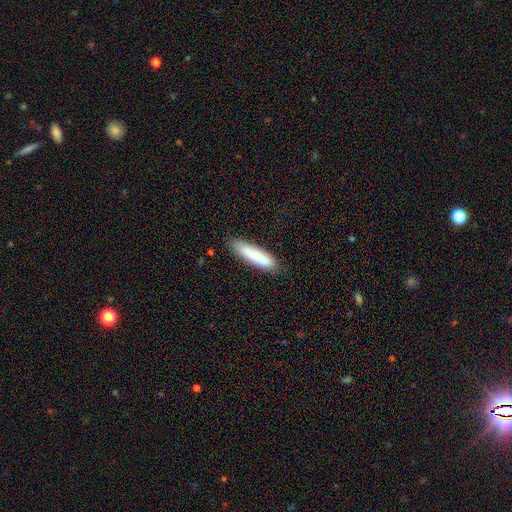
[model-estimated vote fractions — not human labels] Smooth or featured? Predicted: smooth (p=0.80). How rounded? Predicted: cigar-shaped (p=0.73). Merging? Predicted: none (p=0.80).